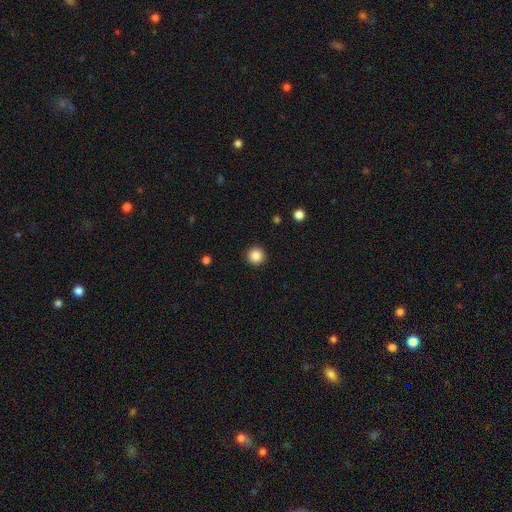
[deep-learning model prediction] Q: Smooth or featured?
A: smooth (87%); runner-up: star or artifact (10%)
Q: How rounded?
A: round (96%); runner-up: in between (3%)
Q: Merging?
A: none (93%); runner-up: minor disturbance (5%)